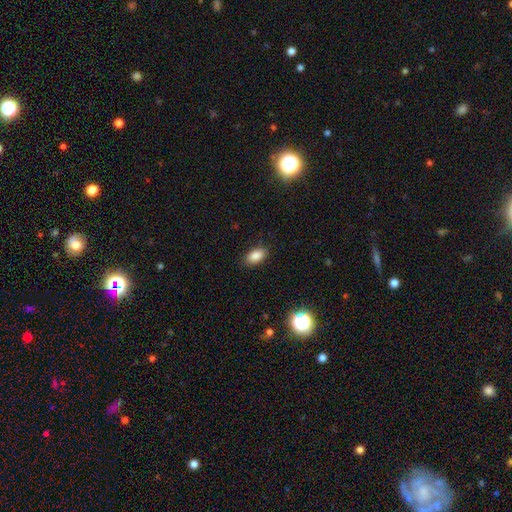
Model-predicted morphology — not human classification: This is clearly a smooth galaxy (86%). How rounded: clearly in between (91%). Merging: clearly none (86%).